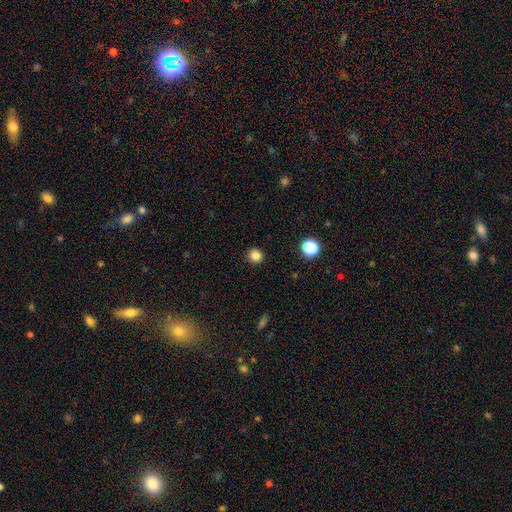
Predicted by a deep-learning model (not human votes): Q: Smooth or featured?
A: smooth (82%); runner-up: star or artifact (13%)
Q: How rounded?
A: round (94%); runner-up: in between (5%)
Q: Merging?
A: none (93%); runner-up: minor disturbance (5%)